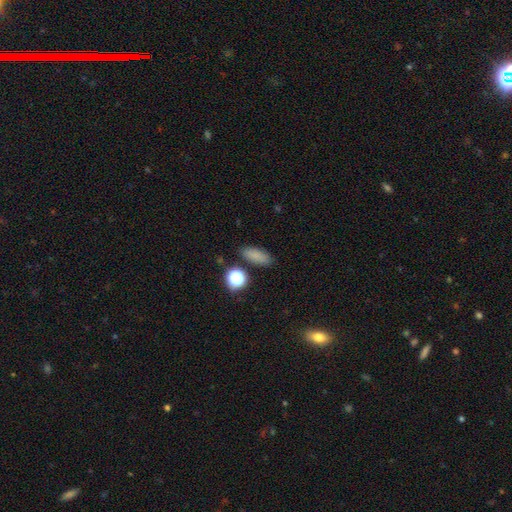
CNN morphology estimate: This appears to be a smooth galaxy with no disk features (80%) that is in between round and cigar-shaped (66%). Merging: none (83%).